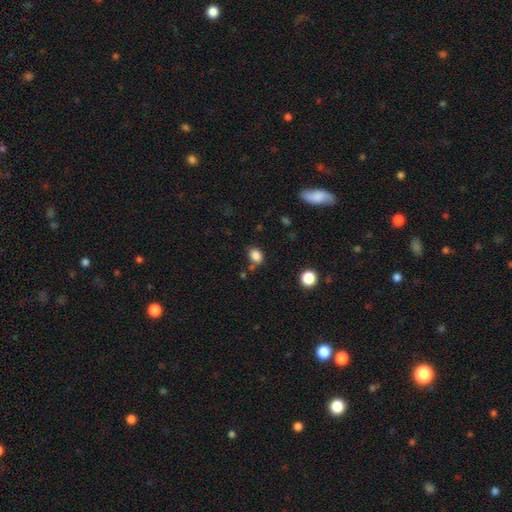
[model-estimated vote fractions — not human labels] Morphology: type=smooth (85%); roundness=in between (63%); merging=none (70%).